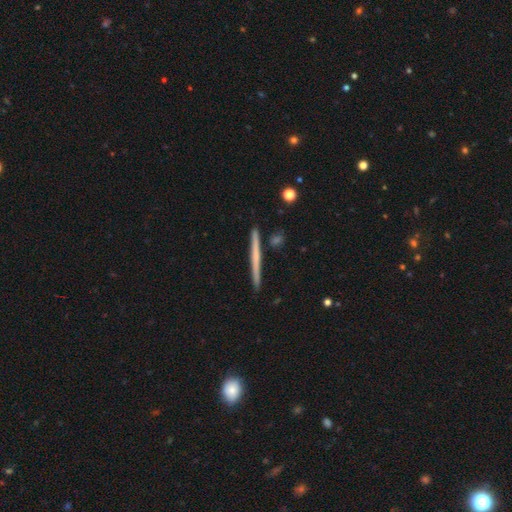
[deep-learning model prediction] This appears to be a featured or disk galaxy (51%) viewed edge-on (97%). Merging: none (90%).